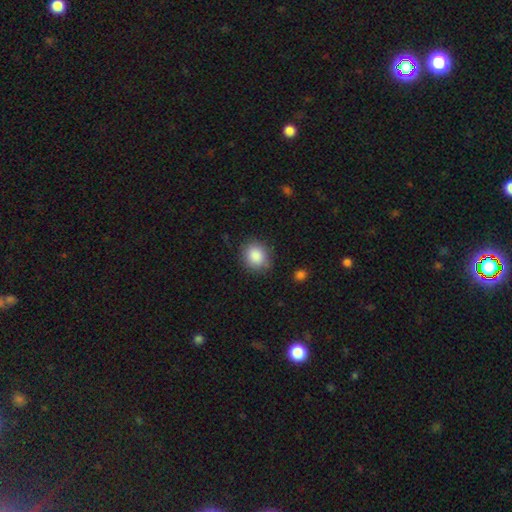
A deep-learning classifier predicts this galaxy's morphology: A smooth galaxy with no disk features (88%) that is round (75%).

Vote fractions:
- Smooth or featured? smooth: 88% / star or artifact: 8% / featured or disk: 4%
- How rounded? round: 75% / in between: 24% / cigar-shaped: 1%
- Merging? none: 84% / minor disturbance: 11% / major disturbance: 3% / merger: 1%